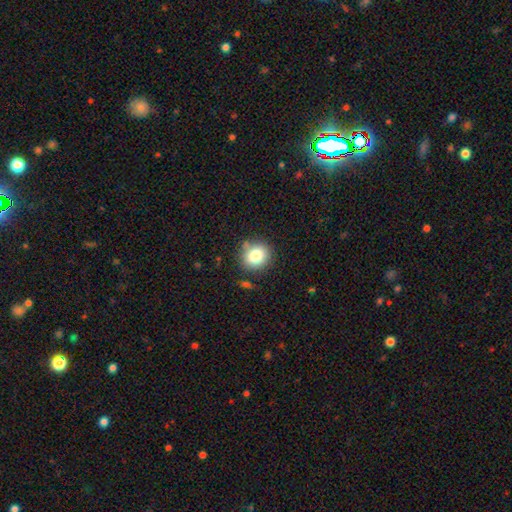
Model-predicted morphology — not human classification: smooth-or-featured: smooth: 81% | star or artifact: 11% | featured or disk: 9%
  how-rounded: round: 84% | in between: 15% | cigar-shaped: 1%
  merging: none: 80% | minor disturbance: 12% | merger: 4% | major disturbance: 3%